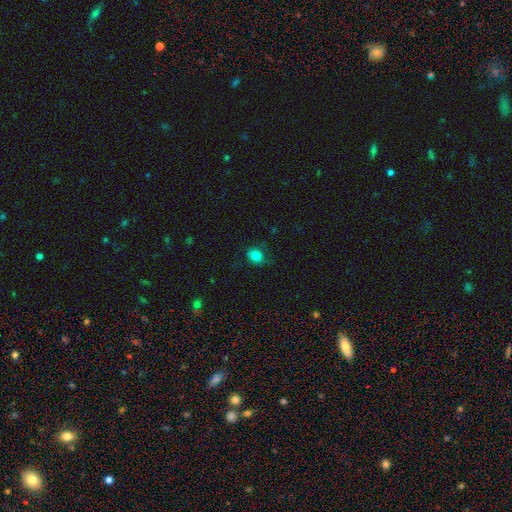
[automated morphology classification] The model was most divided on "how rounded": round: 55%, in between: 44%, cigar-shaped: 1%. More confident: smooth or featured — smooth (82%); merging — none (76%).